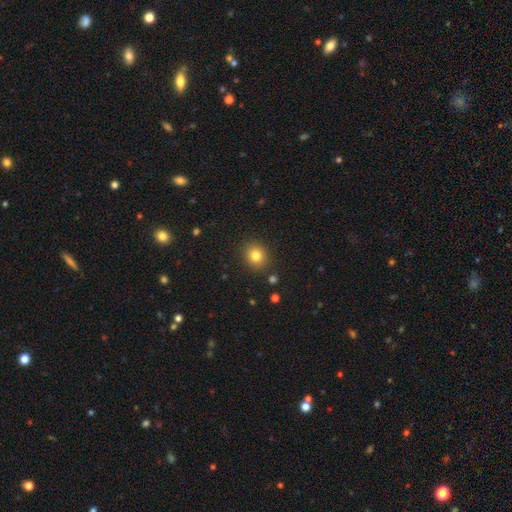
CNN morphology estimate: smooth 80%, star or artifact 12%, featured or disk 7%. Down the decision tree: how rounded — round (76%); merging — none (88%).